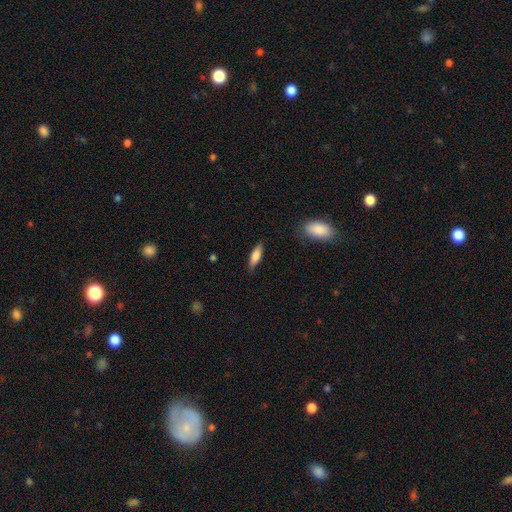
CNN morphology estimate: smooth_or_featured: smooth (p=0.74) [alt: featured or disk p=0.20]
how_rounded: cigar-shaped (p=0.49) [tied with: in between p=0.49]
merging: none (p=0.82) [alt: minor disturbance p=0.14]